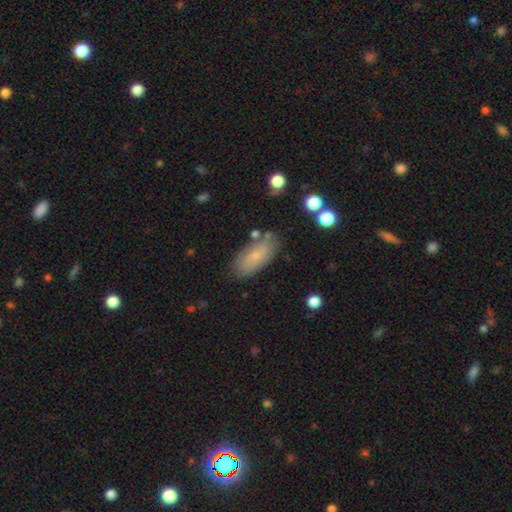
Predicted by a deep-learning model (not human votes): smooth 73%, featured or disk 19%, star or artifact 8%. Down the decision tree: how rounded — in between (86%); merging — none (78%).